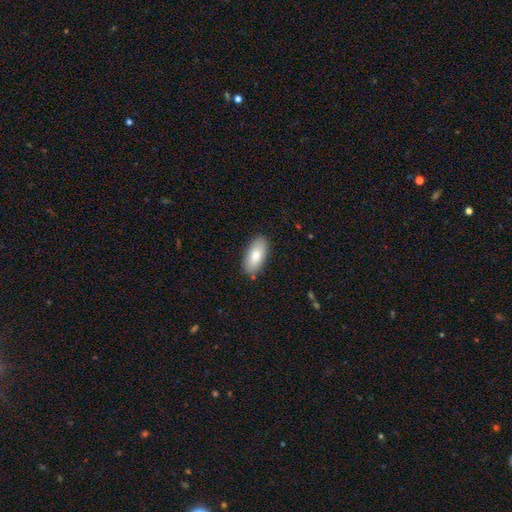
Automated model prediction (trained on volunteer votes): smooth-or-featured: smooth: 81% | featured or disk: 13% | star or artifact: 6%
  how-rounded: in between: 89% | cigar-shaped: 8% | round: 2%
  merging: none: 87% | minor disturbance: 10% | major disturbance: 2% | merger: 1%